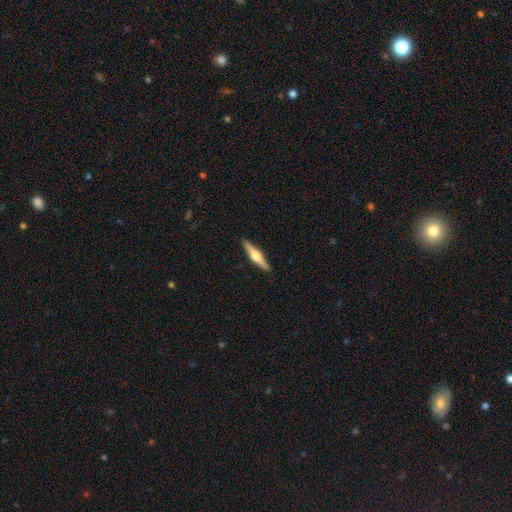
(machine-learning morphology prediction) This appears to be a featured or disk galaxy (71%) viewed edge-on (98%) with a rounded central bulge (94%). Merging: none (92%).